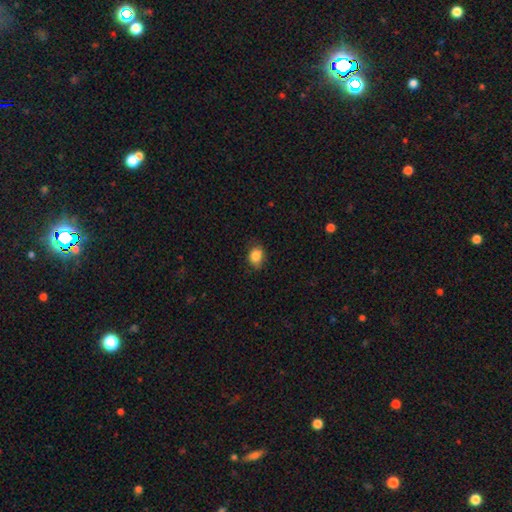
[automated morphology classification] The model was most divided on "how rounded": in between: 58%, round: 41%, cigar-shaped: 1%. More confident: smooth or featured — smooth (86%); merging — none (75%).